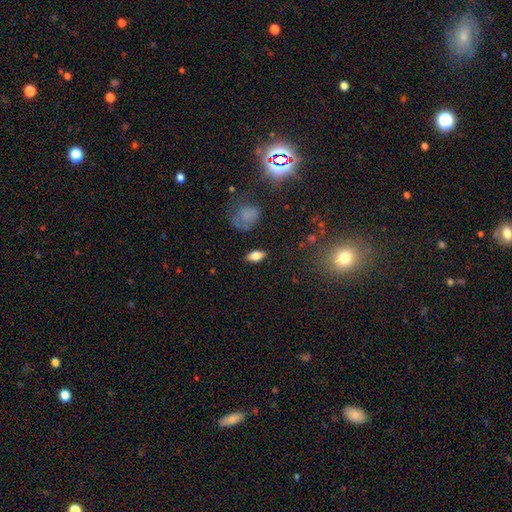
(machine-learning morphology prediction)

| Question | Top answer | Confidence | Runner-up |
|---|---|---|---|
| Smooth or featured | smooth | 73% | featured or disk (18%) |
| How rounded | in between | 85% | cigar-shaped (10%) |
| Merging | none | 84% | minor disturbance (11%) |